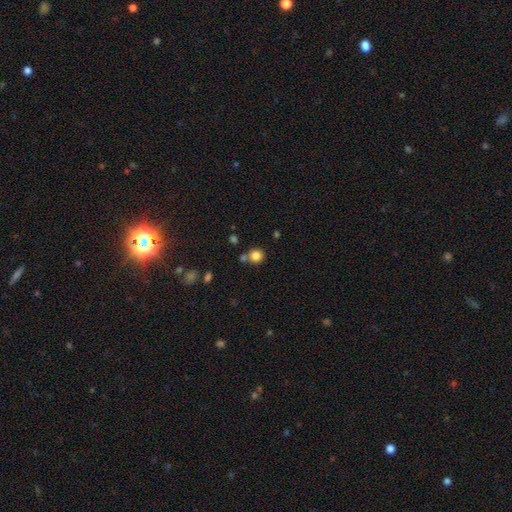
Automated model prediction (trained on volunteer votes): smooth-or-featured: smooth: 83% | star or artifact: 11% | featured or disk: 6%
  how-rounded: round: 88% | in between: 11% | cigar-shaped: 1%
  merging: none: 68% | merger: 18% | minor disturbance: 11% | major disturbance: 4%